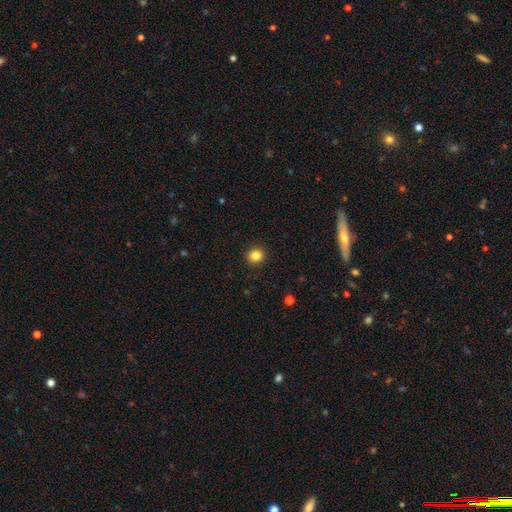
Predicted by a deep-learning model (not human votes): smooth_or_featured: smooth (p=0.84) [alt: star or artifact p=0.11]
how_rounded: round (p=0.87) [alt: in between p=0.12]
merging: none (p=0.92) [alt: minor disturbance p=0.05]